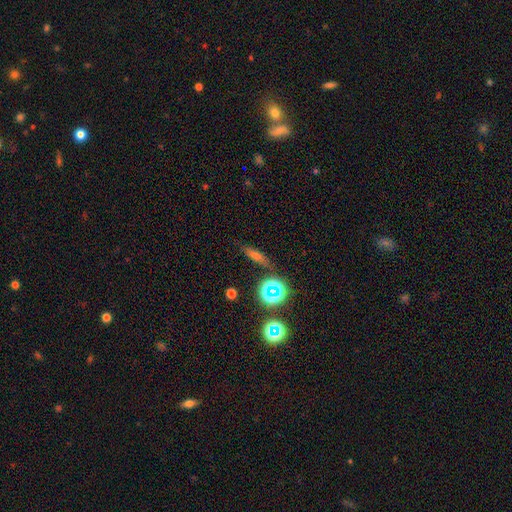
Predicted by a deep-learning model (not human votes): This appears to be a smooth galaxy with no disk features (43%). Merging: none (80%).